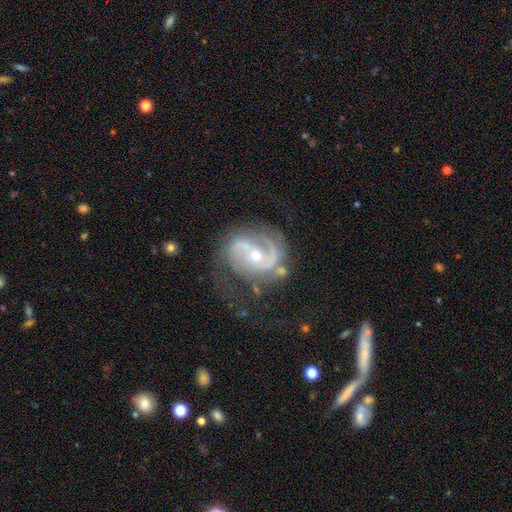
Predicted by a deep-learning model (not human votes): smooth-or-featured: featured or disk: 88% | smooth: 6% | star or artifact: 6%
  disk-edge-on: no: 97% | yes: 3%
    bar: no: 49% | weak: 35% | strong: 16%
    has-spiral-arms: yes: 96% | no: 4%
      spiral-winding: medium: 47% | tight: 35% | loose: 18%
      spiral-arm-count: 2: 70% | can't tell: 10% | 3: 8% | 1: 7% | 4: 2% | more than 4: 2%
    bulge-size: small: 55% | moderate: 42% | large: 1% | none: 1% | dominant: 1%
  merging: none: 55% | minor disturbance: 23% | major disturbance: 18% | merger: 4%